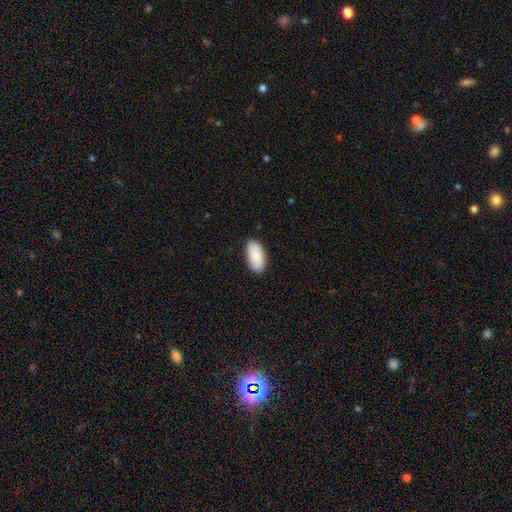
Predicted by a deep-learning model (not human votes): smooth-or-featured: smooth: 85% | featured or disk: 9% | star or artifact: 6%
  how-rounded: in between: 94% | cigar-shaped: 3% | round: 2%
  merging: none: 84% | minor disturbance: 12% | major disturbance: 2% | merger: 1%